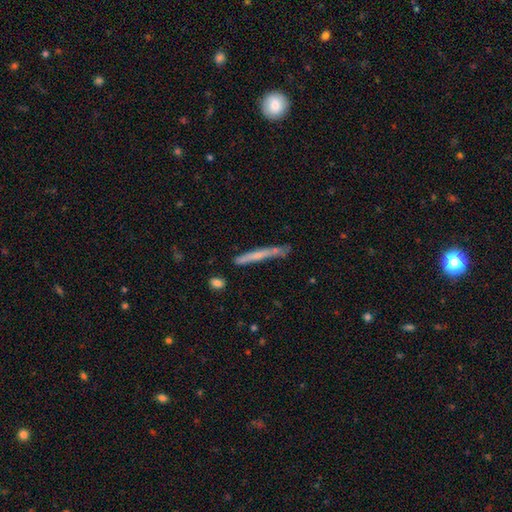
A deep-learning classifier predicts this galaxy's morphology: Smooth or featured: smooth — 54% (featured or disk — 39%)
How rounded: cigar-shaped — 96% (in between — 3%)
Merging: none — 69% (minor disturbance — 20%)